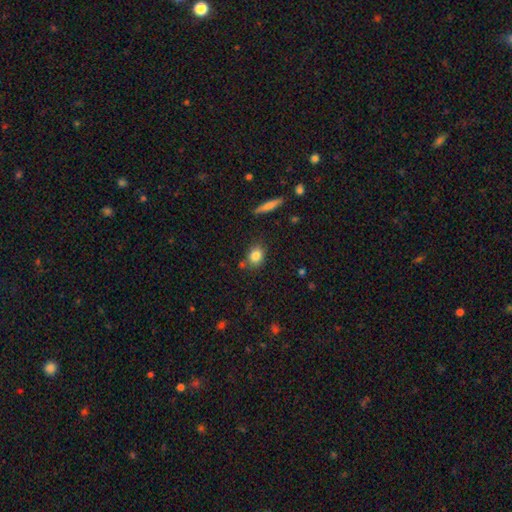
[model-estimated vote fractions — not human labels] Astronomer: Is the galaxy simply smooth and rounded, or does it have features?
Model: smooth — 82%.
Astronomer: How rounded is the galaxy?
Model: in between — 50% (runner-up: round, 47%).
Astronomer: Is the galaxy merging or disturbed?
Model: none — 75%.